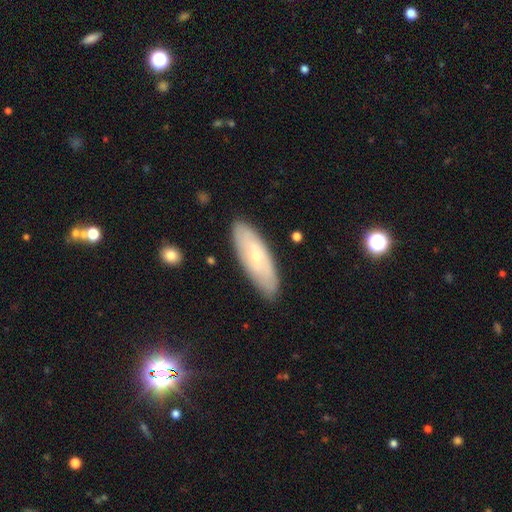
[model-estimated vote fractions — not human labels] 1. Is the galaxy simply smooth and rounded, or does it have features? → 50% smooth, 43% featured or disk, 7% star or artifact.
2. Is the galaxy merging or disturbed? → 85% none, 12% minor disturbance, 2% major disturbance, 1% merger.